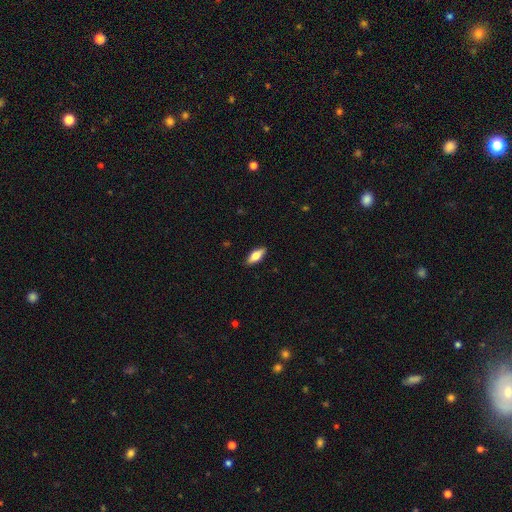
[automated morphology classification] smooth_or_featured: smooth (p=0.66) [alt: featured or disk p=0.28]
how_rounded: in between (p=0.72) [alt: cigar-shaped p=0.25]
merging: none (p=0.89) [alt: minor disturbance p=0.08]